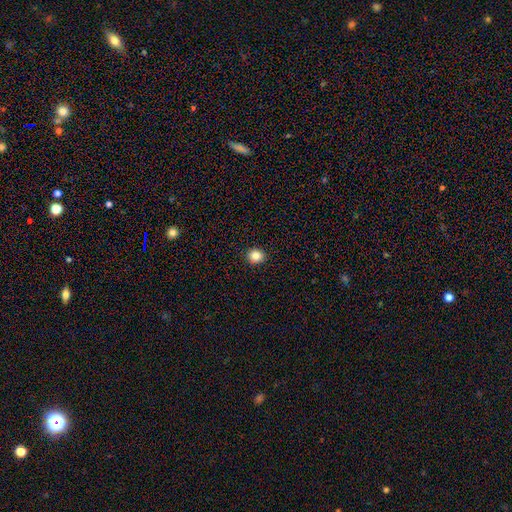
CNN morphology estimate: This is clearly a smooth galaxy (84%). How rounded: clearly round (83%). Merging: clearly none (93%).